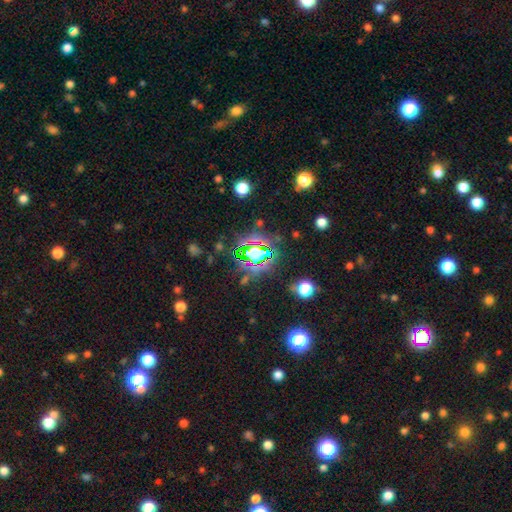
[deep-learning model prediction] The model was most divided on "smooth or featured": star or artifact: 69%, smooth: 19%, featured or disk: 12%.